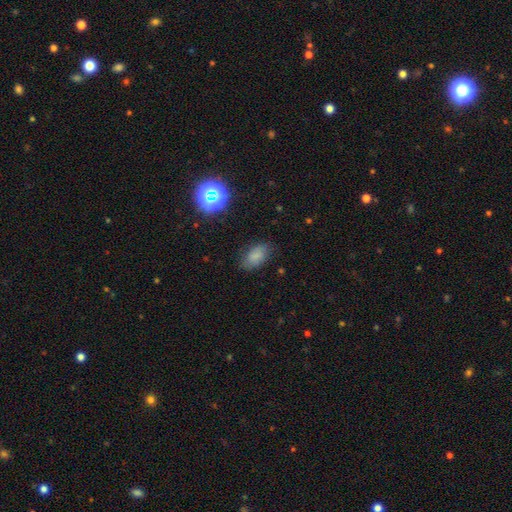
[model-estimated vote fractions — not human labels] This is likely a smooth galaxy (78%). How rounded: clearly in between (91%). Merging: likely none (77%).